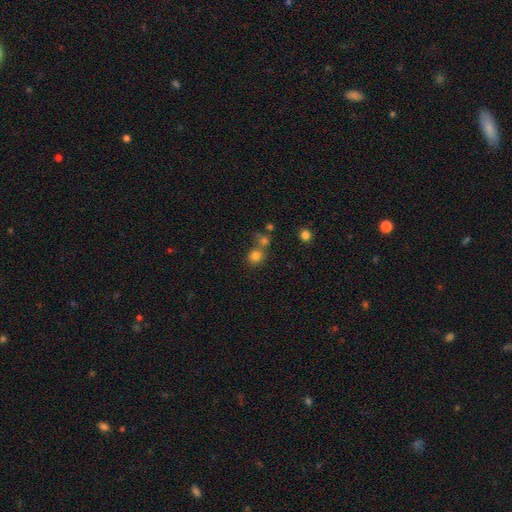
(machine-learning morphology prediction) The model was most divided on "merging": none: 58%, merger: 31%, minor disturbance: 8%, major disturbance: 4%. More confident: how rounded — round (86%); smooth or featured — smooth (79%).